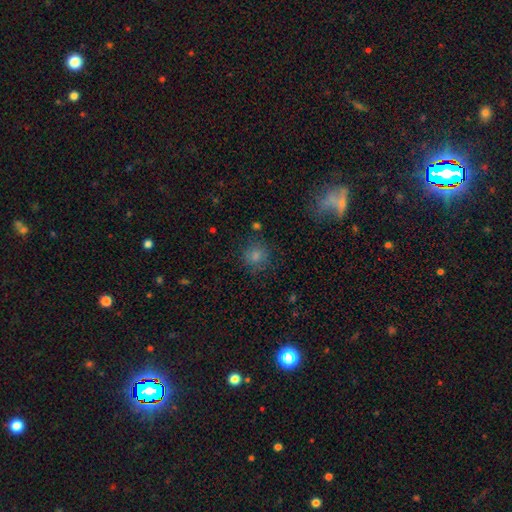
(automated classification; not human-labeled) smooth 80%, star or artifact 14%, featured or disk 6%. Down the decision tree: how rounded — round (88%); merging — none (81%).